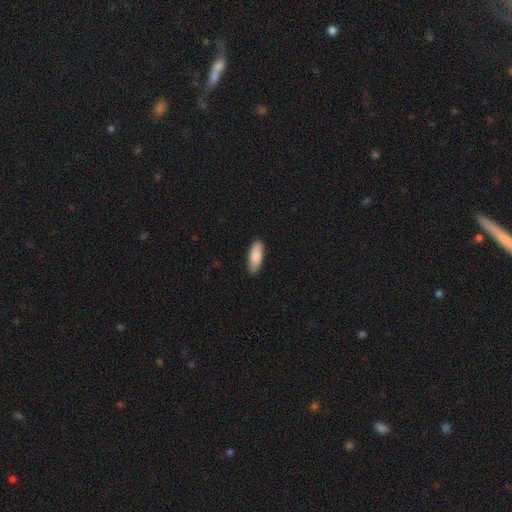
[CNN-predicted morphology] A smooth galaxy with no disk features (84%) that is in between round and cigar-shaped (70%). Merging: none (84%).